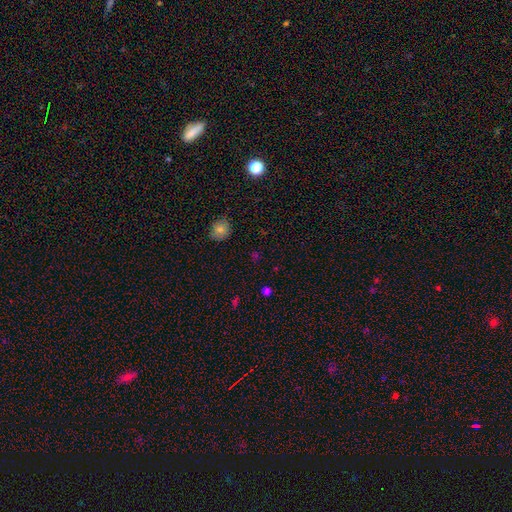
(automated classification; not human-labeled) Morphology: type=smooth (57%); roundness=round (77%); merging=none (83%).